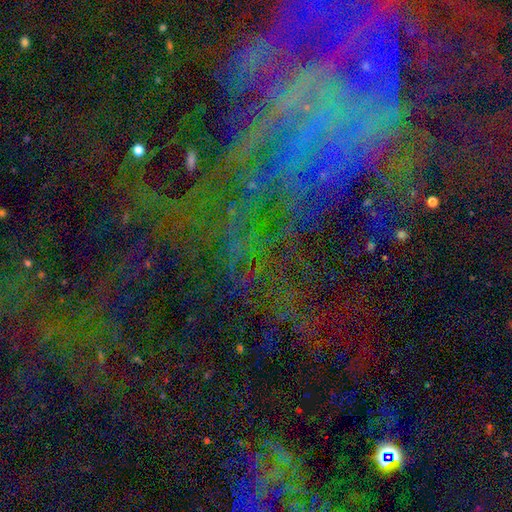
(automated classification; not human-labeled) smooth_or_featured: star or artifact (p=0.68) [alt: featured or disk p=0.21]